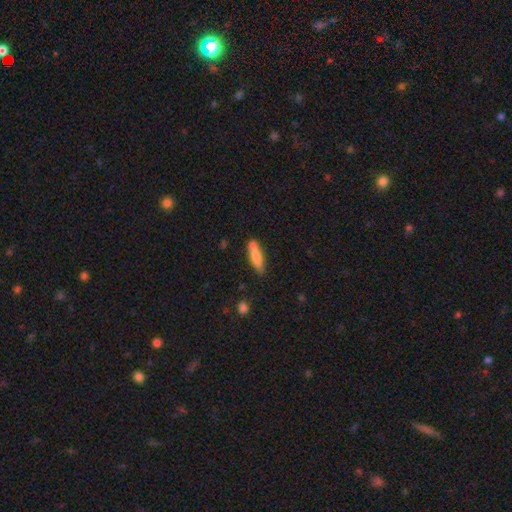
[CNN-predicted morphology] smooth-or-featured: smooth: 77% | featured or disk: 16% | star or artifact: 7%
  how-rounded: cigar-shaped: 69% | in between: 29% | round: 2%
  merging: none: 62% | minor disturbance: 19% | merger: 14% | major disturbance: 5%